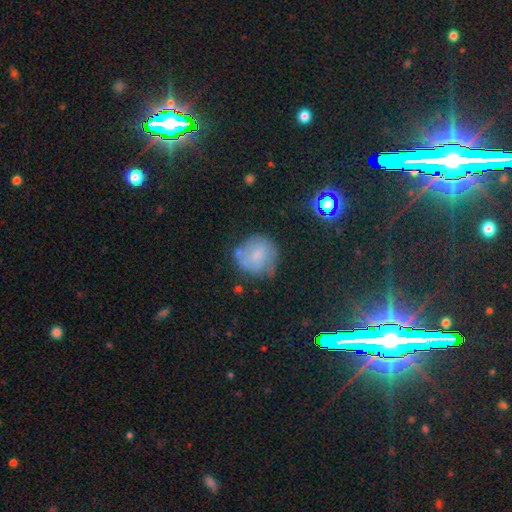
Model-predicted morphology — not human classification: Smooth or featured?
  - smooth: 50% *
  - featured or disk: 37%
  - star or artifact: 14%
Merging?
  - none: 55% *
  - minor disturbance: 26%
  - major disturbance: 12%
  - merger: 7%